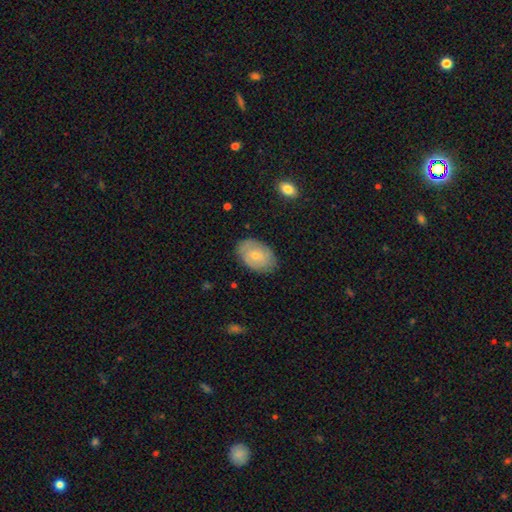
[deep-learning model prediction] smooth_or_featured: smooth (p=0.61) [alt: featured or disk p=0.33]
how_rounded: in between (p=0.87) [alt: round p=0.12]
merging: none (p=0.81) [alt: minor disturbance p=0.15]